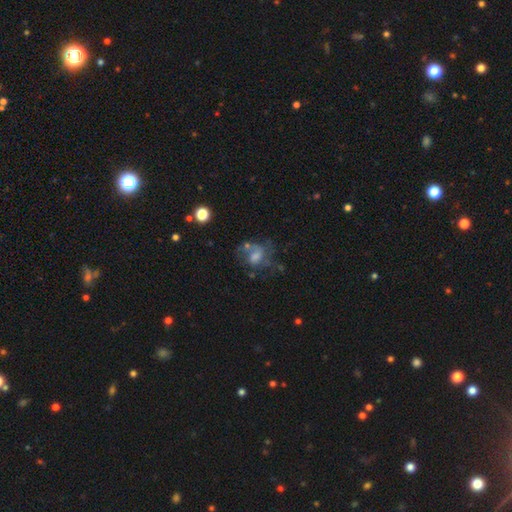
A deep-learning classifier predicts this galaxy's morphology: This is possibly a featured or disk galaxy (51%). It is clearly not viewed edge-on (97%). Merging: marginally none (37%).